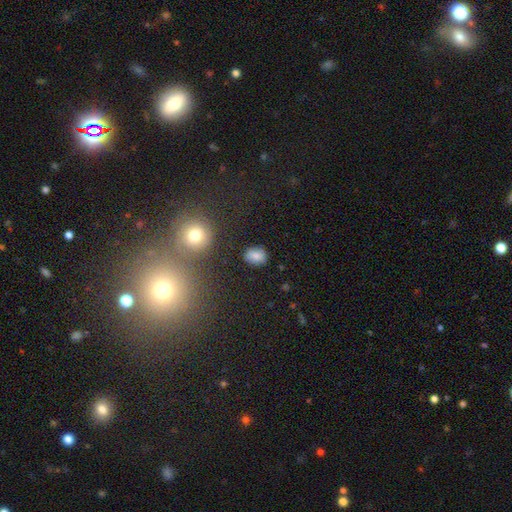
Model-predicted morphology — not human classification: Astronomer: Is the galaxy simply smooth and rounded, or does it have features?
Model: smooth — 81%.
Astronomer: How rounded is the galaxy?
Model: in between — 58% (runner-up: round, 40%).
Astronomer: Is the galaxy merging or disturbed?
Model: none — 81%.